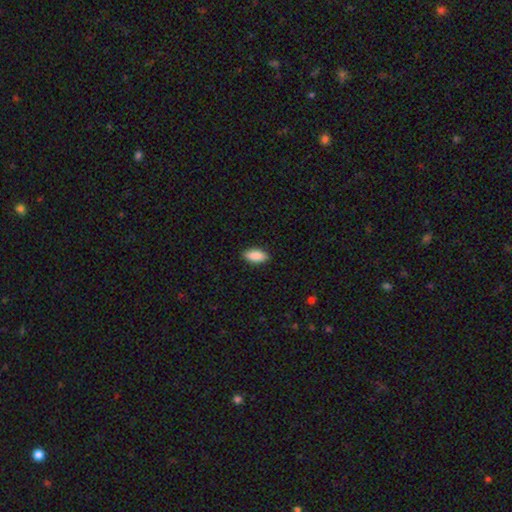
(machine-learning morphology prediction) smooth 87%, featured or disk 6%, star or artifact 6%. Down the decision tree: how rounded — in between (86%); merging — none (89%).